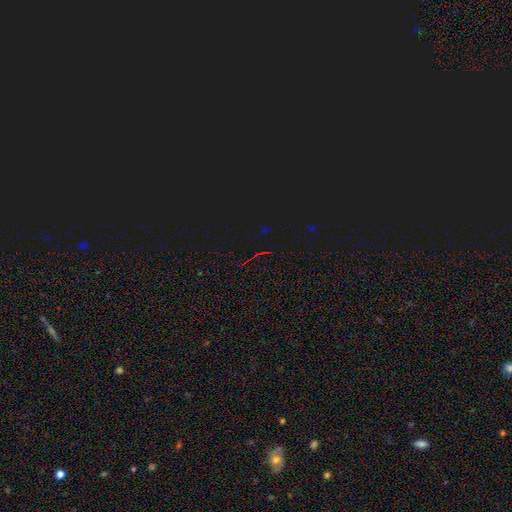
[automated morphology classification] smooth_or_featured: star or artifact (p=0.78) [alt: smooth p=0.12]